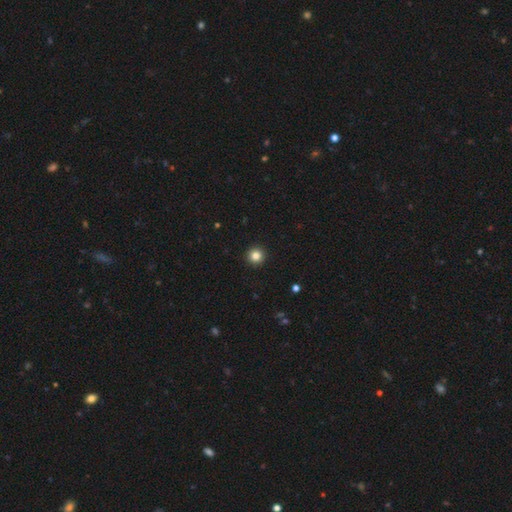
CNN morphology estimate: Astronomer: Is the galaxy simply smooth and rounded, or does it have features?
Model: smooth — 84%.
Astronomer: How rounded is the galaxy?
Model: round — 96%.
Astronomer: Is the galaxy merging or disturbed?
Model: none — 94%.